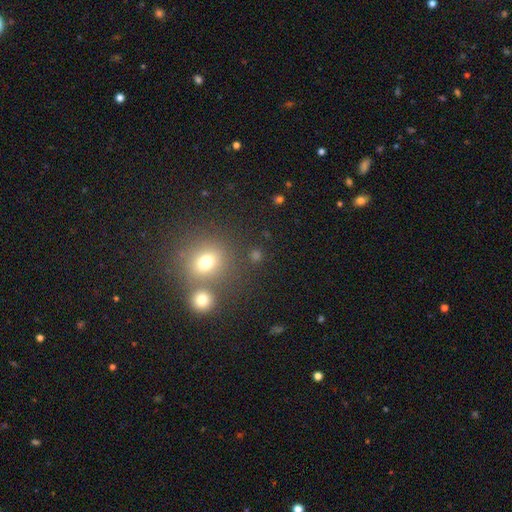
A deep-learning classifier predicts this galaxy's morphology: Smooth or featured?
  - smooth: 61% *
  - star or artifact: 29%
  - featured or disk: 11%
How rounded?
  - round: 74% *
  - in between: 24%
  - cigar-shaped: 2%
Merging?
  - none: 67% *
  - merger: 19%
  - minor disturbance: 9%
  - major disturbance: 5%